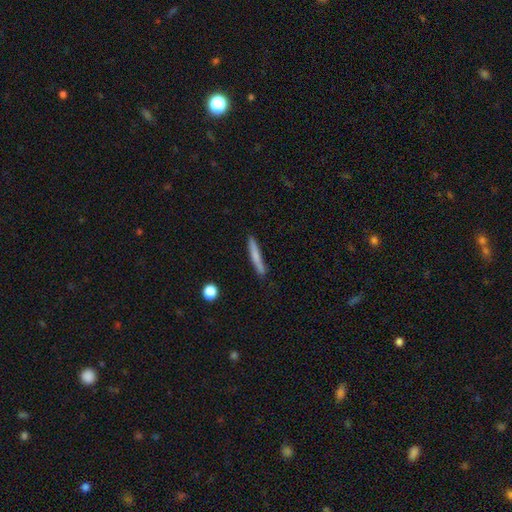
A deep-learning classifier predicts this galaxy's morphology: Overall: smooth (71%). How rounded: cigar-shaped (95%). Merging: none (85%).